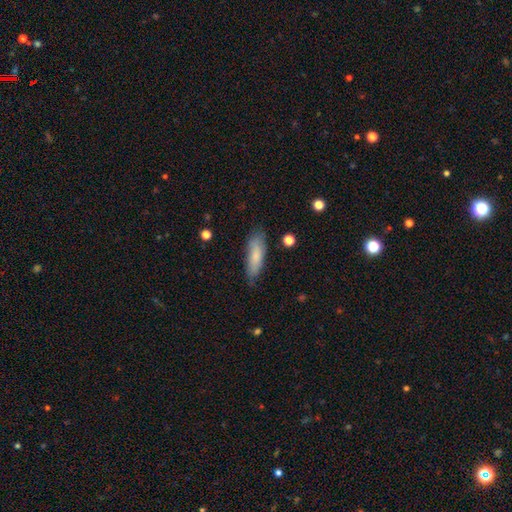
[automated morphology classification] smooth_or_featured: smooth (p=0.78) [alt: featured or disk p=0.16]
how_rounded: cigar-shaped (p=0.56) [alt: in between p=0.43]
merging: none (p=0.76) [alt: minor disturbance p=0.18]